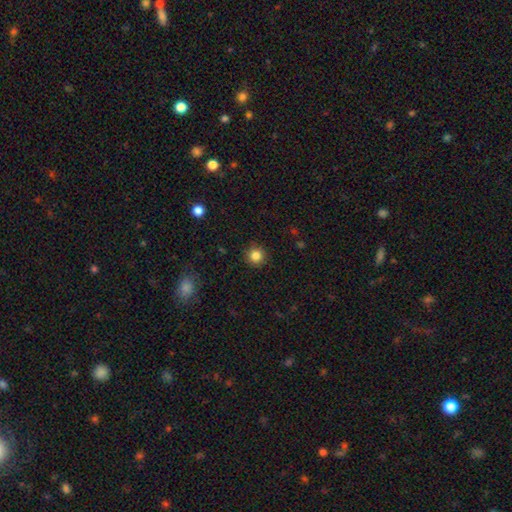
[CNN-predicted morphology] The model was most divided on "smooth or featured": smooth: 85%, star or artifact: 11%, featured or disk: 4%. More confident: how rounded — round (95%); merging — none (91%).